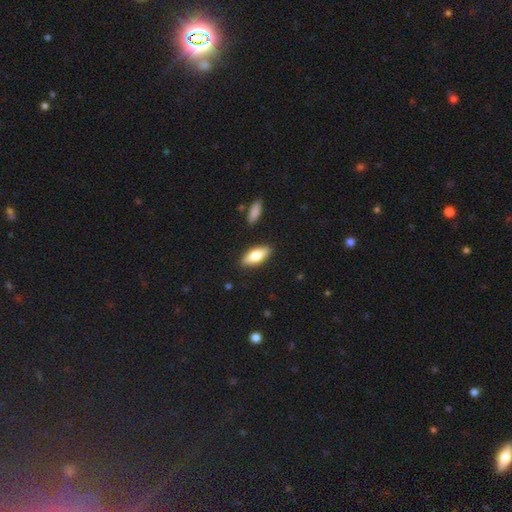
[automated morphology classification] A smooth galaxy with no disk features (70%) that is in between round and cigar-shaped (76%). Merging: none (86%).